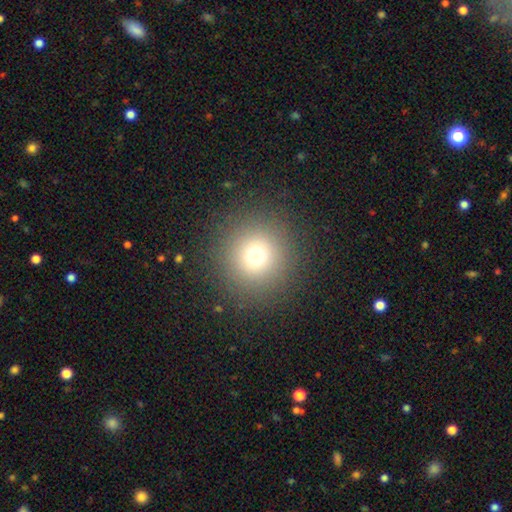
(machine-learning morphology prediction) This appears to be a smooth galaxy with no disk features (72%) that is round (95%). Merging: none (90%).